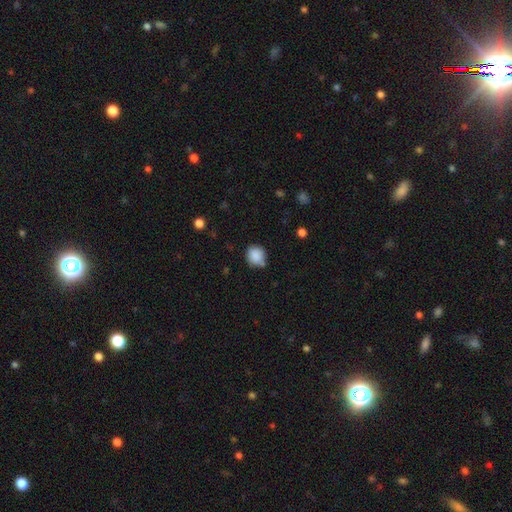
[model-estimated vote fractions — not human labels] Smooth or featured: smooth — 86% (star or artifact — 9%)
How rounded: round — 84% (in between — 15%)
Merging: none — 66% (minor disturbance — 23%)